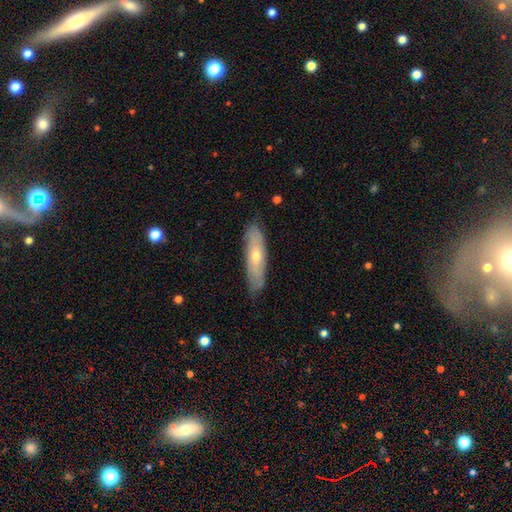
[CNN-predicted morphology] This is possibly a featured or disk galaxy (48%). Merging: clearly none (83%).